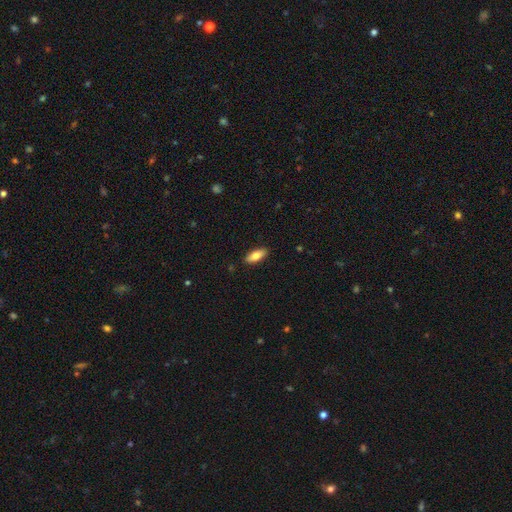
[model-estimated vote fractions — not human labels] This is clearly a smooth galaxy (80%). How rounded: likely in between (76%). Merging: clearly none (90%).